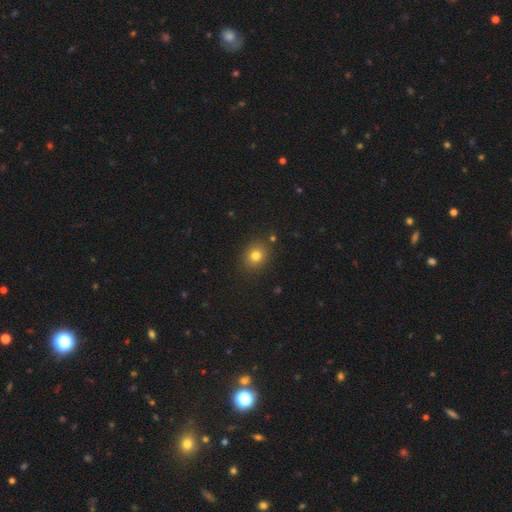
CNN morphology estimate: Smooth or featured: smooth — 78% (star or artifact — 14%)
How rounded: round — 70% (in between — 29%)
Merging: none — 86% (minor disturbance — 8%)